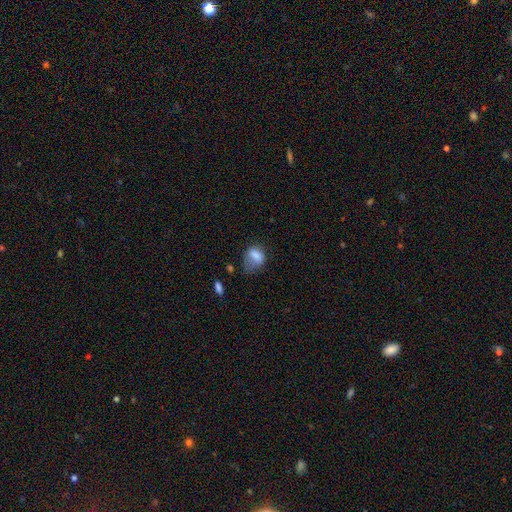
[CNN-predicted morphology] Overall: smooth (77%). How rounded: in between (69%; round 30%). Merging: minor disturbance (34%; none 33%).